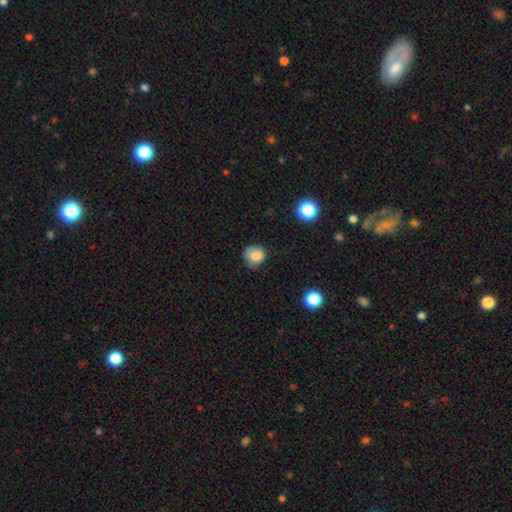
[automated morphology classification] This appears to be a smooth galaxy with no disk features (83%) that is round (79%). Merging: none (57%).